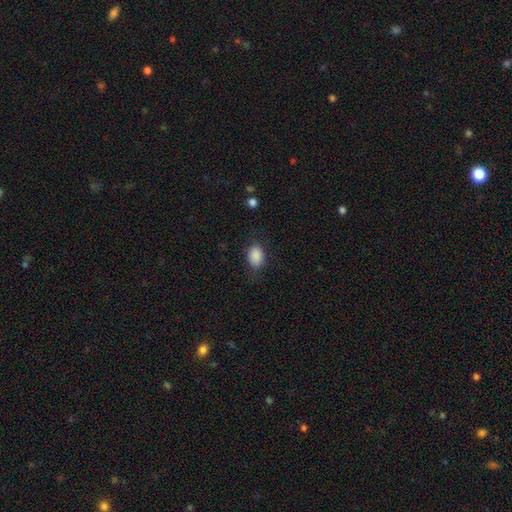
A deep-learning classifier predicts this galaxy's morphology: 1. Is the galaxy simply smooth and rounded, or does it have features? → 89% smooth, 8% star or artifact, 4% featured or disk.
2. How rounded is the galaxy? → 78% in between, 21% round, 1% cigar-shaped.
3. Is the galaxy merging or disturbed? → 79% none, 14% minor disturbance, 5% major disturbance, 1% merger.